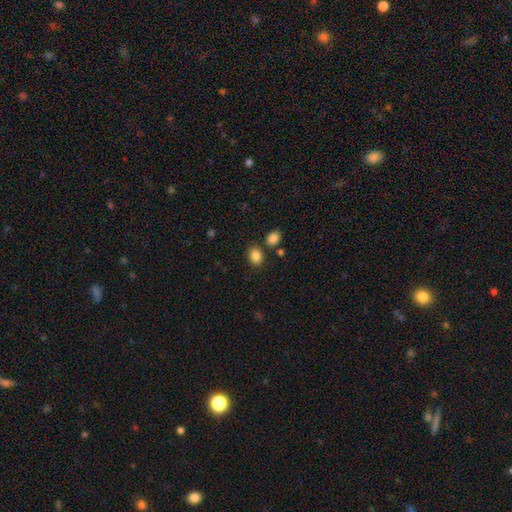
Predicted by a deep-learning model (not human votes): Q: Smooth or featured?
A: smooth (86%); runner-up: star or artifact (10%)
Q: How rounded?
A: in between (52%); runner-up: round (47%)
Q: Merging?
A: none (78%); runner-up: minor disturbance (10%)